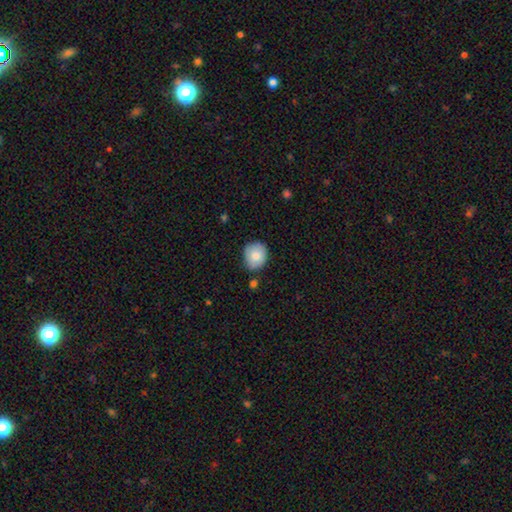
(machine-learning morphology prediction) Smooth or featured?
  - smooth: 82% *
  - featured or disk: 10%
  - star or artifact: 8%
How rounded?
  - round: 74% *
  - in between: 25%
  - cigar-shaped: 1%
Merging?
  - none: 72% *
  - minor disturbance: 21%
  - merger: 3%
  - major disturbance: 3%